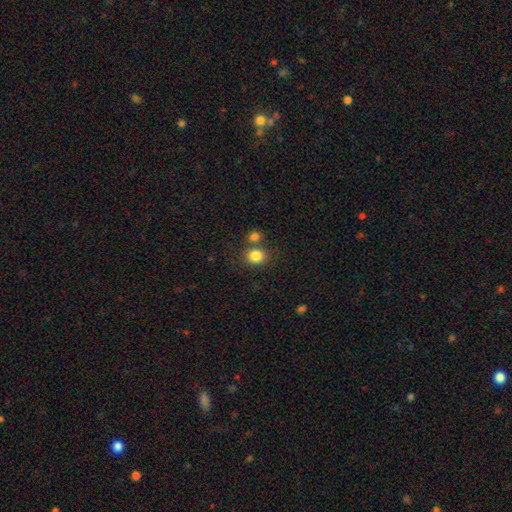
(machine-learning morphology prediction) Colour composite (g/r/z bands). It shows a smooth galaxy with no disk features (83%) that is round (76%). Merging: none (62%).